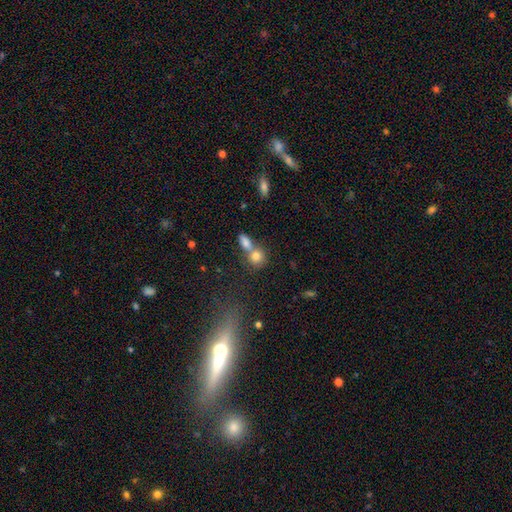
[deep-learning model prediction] A smooth galaxy with no disk features (79%) that is round (65%).

Vote fractions:
- Smooth or featured? smooth: 79% / featured or disk: 11% / star or artifact: 10%
- How rounded? round: 65% / in between: 32% / cigar-shaped: 3%
- Merging? merger: 51% / none: 37% / minor disturbance: 8% / major disturbance: 4%